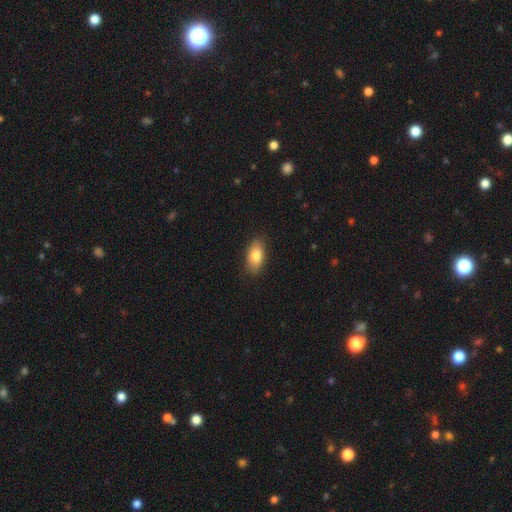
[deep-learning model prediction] The model was most divided on "smooth or featured": smooth: 80%, featured or disk: 13%, star or artifact: 7%. More confident: how rounded — in between (89%); merging — none (85%).